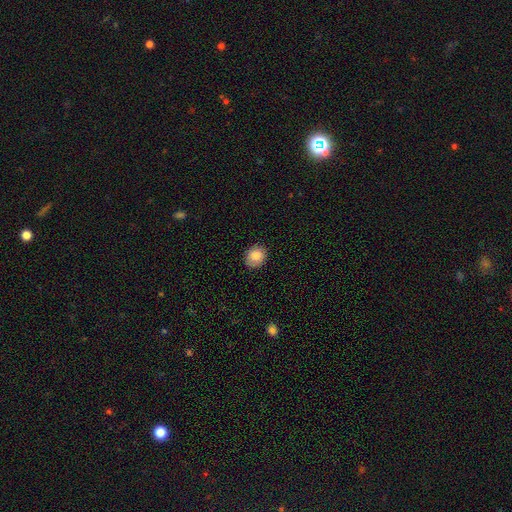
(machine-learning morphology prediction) Smooth or featured? smooth (85%)
How rounded? round (68%)
Merging? none (84%)